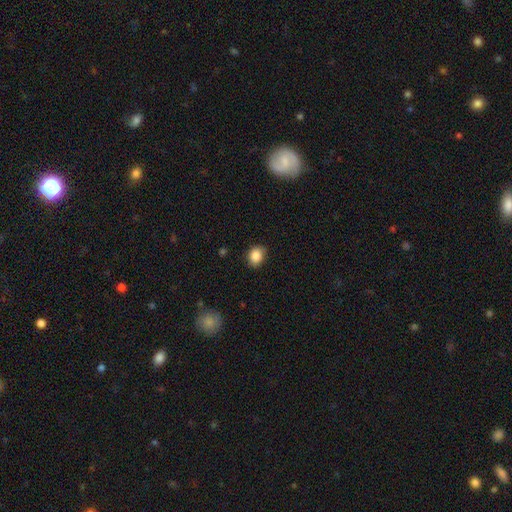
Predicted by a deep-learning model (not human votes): A smooth galaxy with no disk features (87%) that is round (50%). Merging: none (79%).